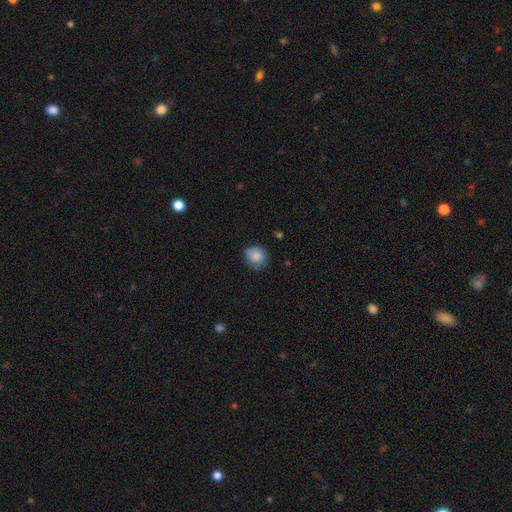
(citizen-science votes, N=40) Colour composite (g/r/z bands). It shows a smooth galaxy with no disk features (95%) that is round (71%). Merging: none (74%).